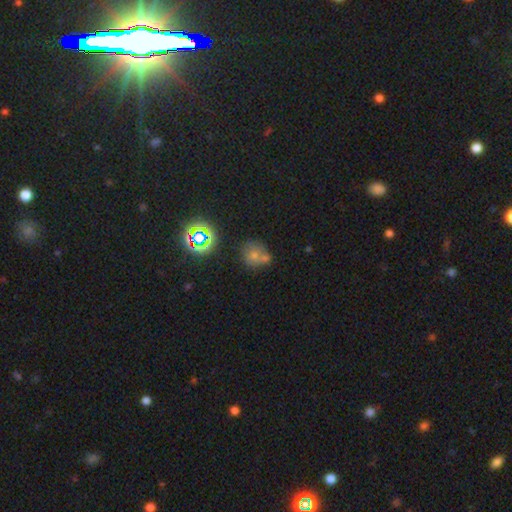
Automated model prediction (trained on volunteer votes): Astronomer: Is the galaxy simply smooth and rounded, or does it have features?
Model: smooth — 56%.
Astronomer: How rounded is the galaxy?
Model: round — 78%.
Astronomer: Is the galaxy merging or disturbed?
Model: none — 44% (runner-up: merger, 38%).